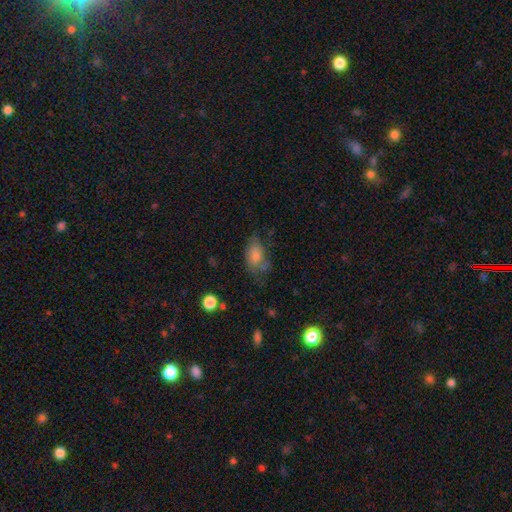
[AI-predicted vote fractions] smooth_or_featured: smooth (p=0.69) [alt: featured or disk p=0.21]
how_rounded: in between (p=0.87) [alt: round p=0.11]
merging: none (p=0.42) [alt: minor disturbance p=0.30]